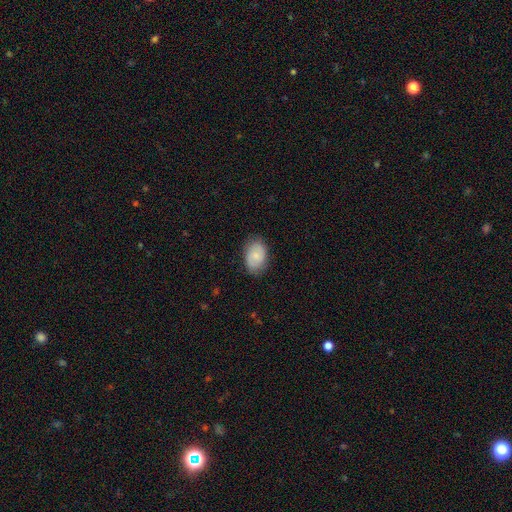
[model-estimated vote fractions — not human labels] Overall: smooth (76%). How rounded: in between (84%). Merging: none (79%).